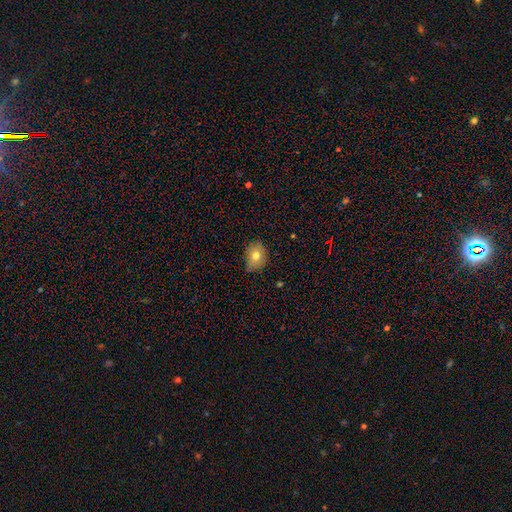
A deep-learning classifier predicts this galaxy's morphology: This is likely a smooth galaxy (74%). How rounded: possibly in between (55%). Merging: likely none (75%).